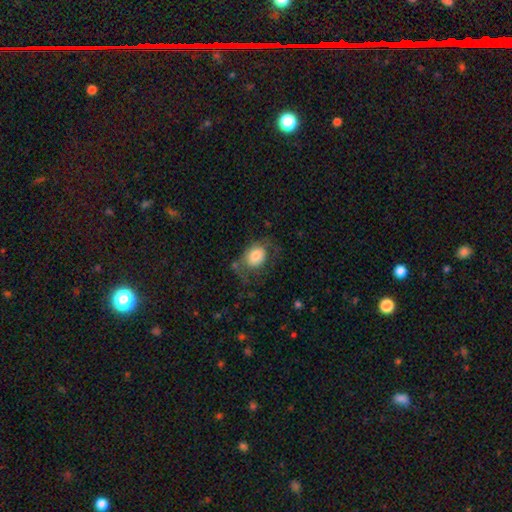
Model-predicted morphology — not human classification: Overall: smooth (68%). How rounded: in between (53%; round 46%). Merging: none (45%; major disturbance 27%).